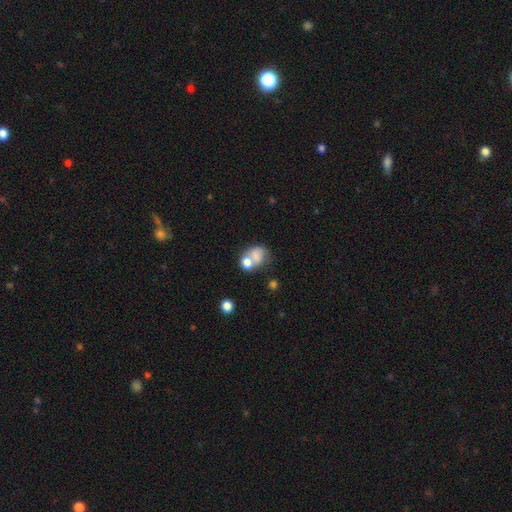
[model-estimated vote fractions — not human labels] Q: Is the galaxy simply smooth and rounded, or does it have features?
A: smooth — 69%.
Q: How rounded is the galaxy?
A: in between — 51%.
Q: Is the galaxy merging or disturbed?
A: merger — 53%.